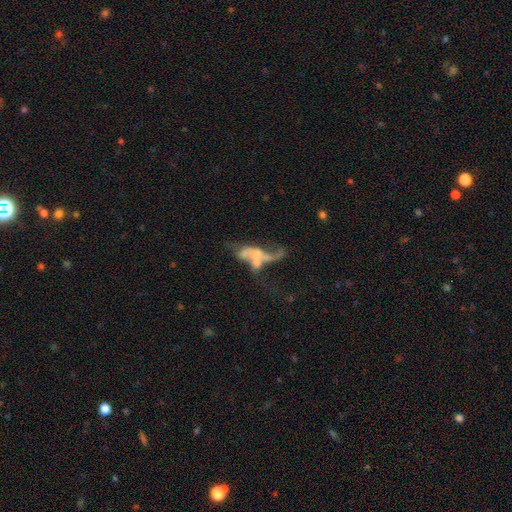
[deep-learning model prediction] The model was most divided on "merging": merger: 51%, major disturbance: 29%, none: 13%, minor disturbance: 7%. More confident: edge-on disk — no (93%); bar — no (78%); spiral arms — no (68%); smooth or featured — featured or disk (61%); bulge size — none (51%).